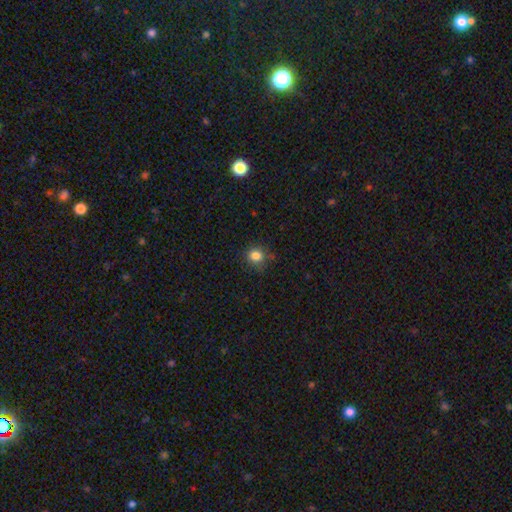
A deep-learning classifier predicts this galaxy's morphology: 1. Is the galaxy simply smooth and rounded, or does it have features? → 83% smooth, 12% star or artifact, 5% featured or disk.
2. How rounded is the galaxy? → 86% round, 13% in between, 1% cigar-shaped.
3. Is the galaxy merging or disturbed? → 81% none, 14% minor disturbance, 3% major disturbance, 2% merger.